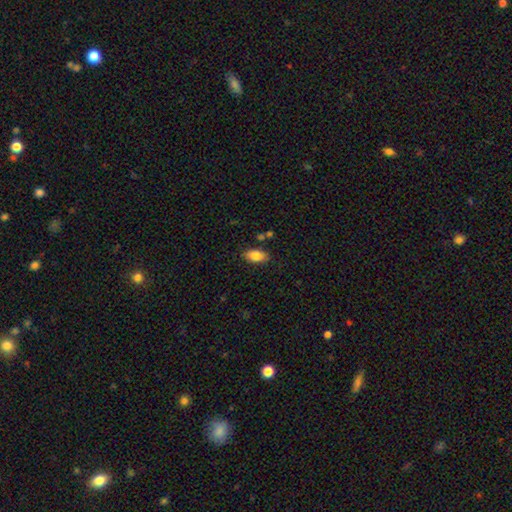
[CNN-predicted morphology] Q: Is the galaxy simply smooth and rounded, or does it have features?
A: smooth — 84%.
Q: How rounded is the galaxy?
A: in between — 91%.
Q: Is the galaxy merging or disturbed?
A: none — 82%.